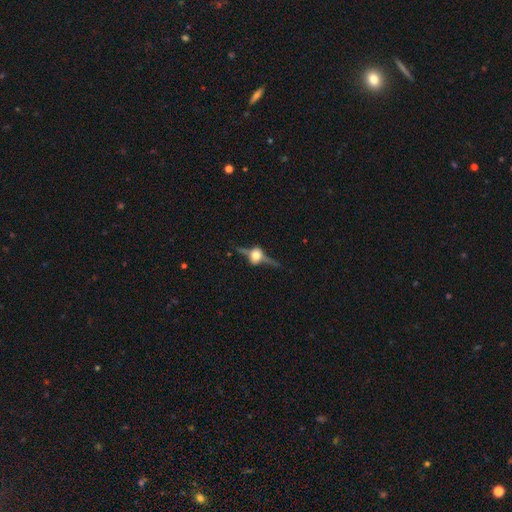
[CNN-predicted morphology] Smooth or featured? featured or disk (80%)
Edge-on disk? yes (94%)
Edge-on bulge? rounded (95%)
Merging? none (78%)